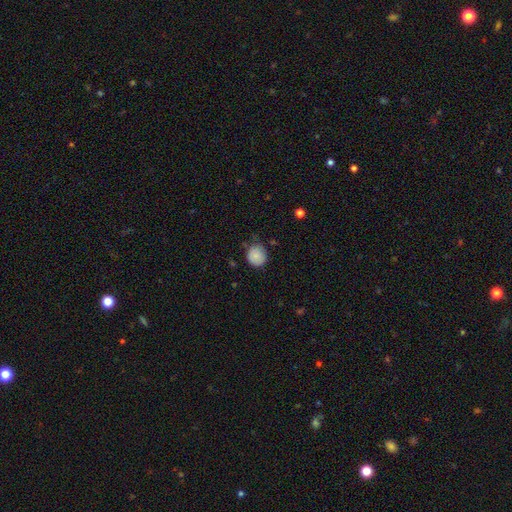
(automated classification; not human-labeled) This is clearly a smooth galaxy (85%). How rounded: clearly round (84%). Merging: likely none (70%).